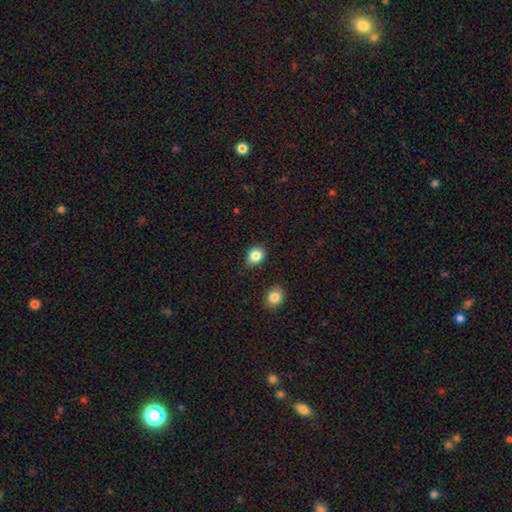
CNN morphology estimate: smooth 86%, star or artifact 9%, featured or disk 5%. Down the decision tree: how rounded — round (57%); merging — none (82%).